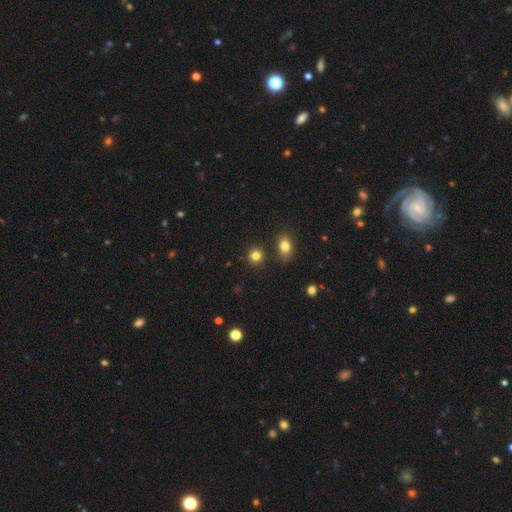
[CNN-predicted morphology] Smooth or featured? Predicted: smooth (p=0.82). How rounded? Predicted: round (p=0.87). Merging? Predicted: none (p=0.85).